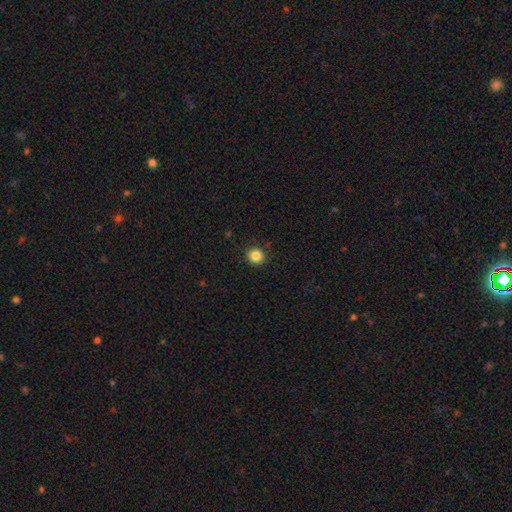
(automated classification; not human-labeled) This appears to be a smooth galaxy with no disk features (85%) that is round (94%). Merging: none (91%).